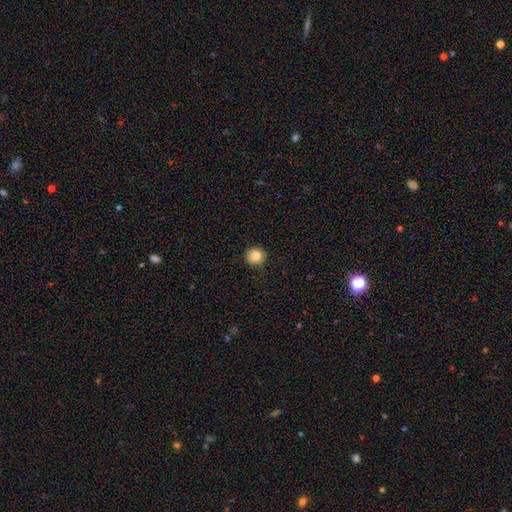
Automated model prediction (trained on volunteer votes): Smooth or featured? Predicted: smooth (p=0.83). How rounded? Predicted: round (p=0.93). Merging? Predicted: none (p=0.88).